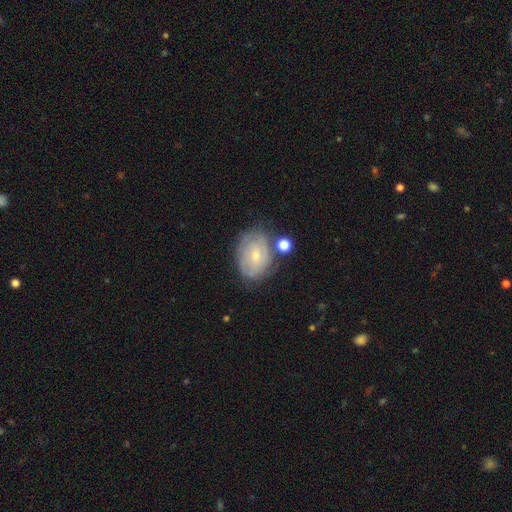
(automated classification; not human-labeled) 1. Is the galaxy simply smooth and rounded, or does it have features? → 65% featured or disk, 27% smooth, 8% star or artifact.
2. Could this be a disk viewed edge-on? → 96% no, 4% yes.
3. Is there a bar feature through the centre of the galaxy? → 70% no, 25% weak, 4% strong.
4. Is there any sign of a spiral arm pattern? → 79% yes, 21% no.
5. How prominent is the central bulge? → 68% small, 28% moderate, 2% none, 1% large, 1% dominant.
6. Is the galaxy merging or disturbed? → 63% none, 21% minor disturbance, 8% merger, 8% major disturbance.